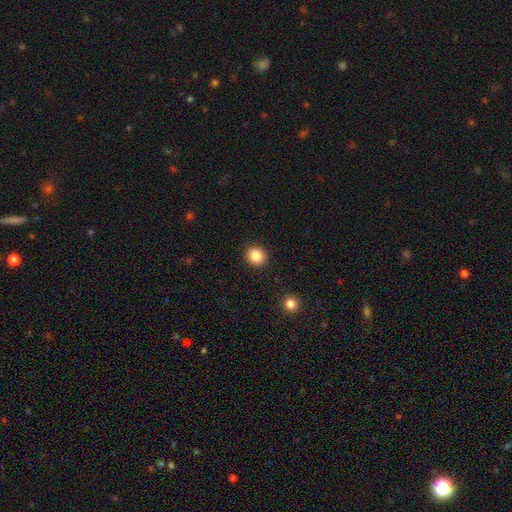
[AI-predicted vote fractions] Morphology: type=smooth (86%); roundness=round (86%); merging=none (92%).